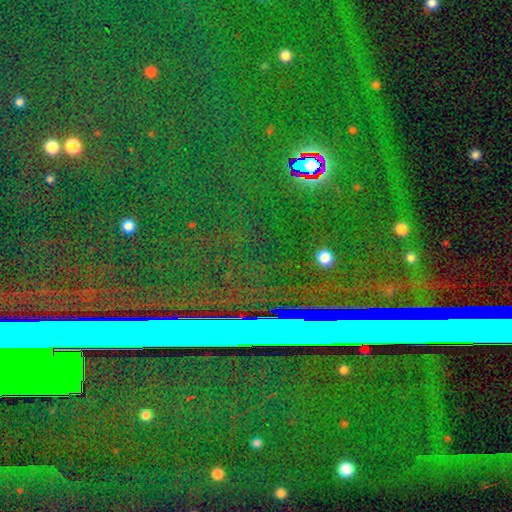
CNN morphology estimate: This appears to be a star or artifact, not a galaxy (83%).